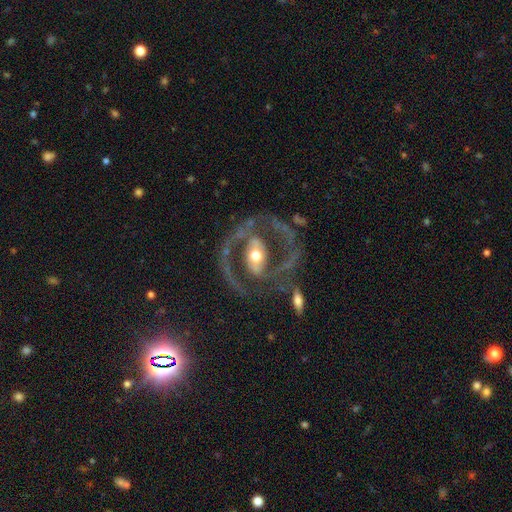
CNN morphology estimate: smooth_or_featured: featured or disk (p=0.87) [alt: smooth p=0.09]
disk_edge_on: no (p=0.96) [alt: yes p=0.04]
bar: strong (p=0.37) [alt: weak p=0.34]
has_spiral_arms: yes (p=0.85) [alt: no p=0.15]
spiral_winding: medium (p=0.55) [alt: loose p=0.25]
spiral_arm_count: 2 (p=0.88) [alt: can't tell p=0.04]
bulge_size: moderate (p=0.70) [alt: large p=0.14]
merging: none (p=0.64) [alt: major disturbance p=0.16]